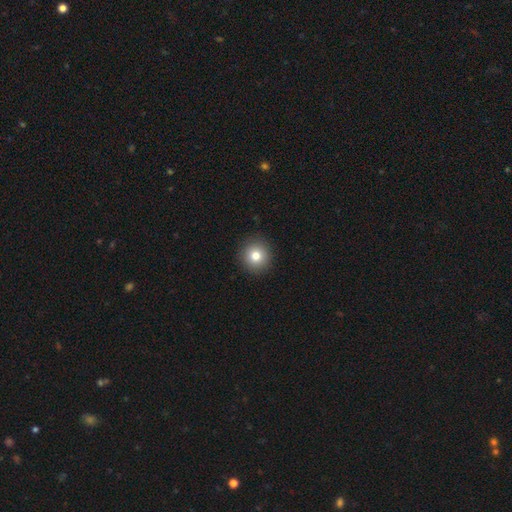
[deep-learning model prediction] Smooth or featured? Predicted: smooth (p=0.80). How rounded? Predicted: round (p=0.94). Merging? Predicted: none (p=0.92).